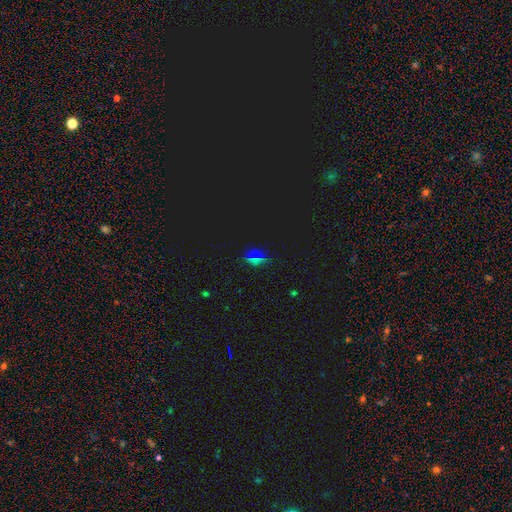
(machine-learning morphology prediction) type=star or artifact (56%).